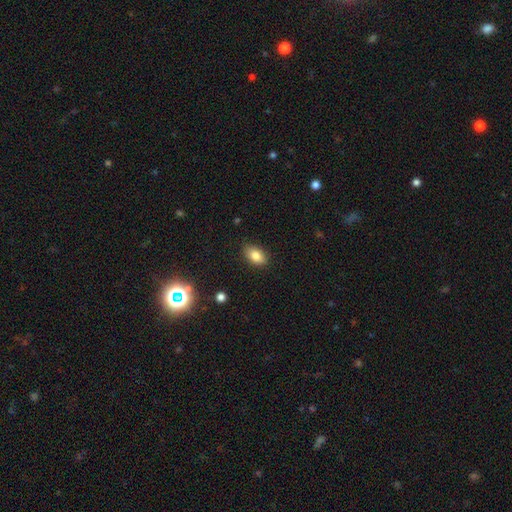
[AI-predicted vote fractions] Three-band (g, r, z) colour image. It shows a smooth galaxy with no disk features (81%) that is in between round and cigar-shaped (89%). Merging: none (85%).